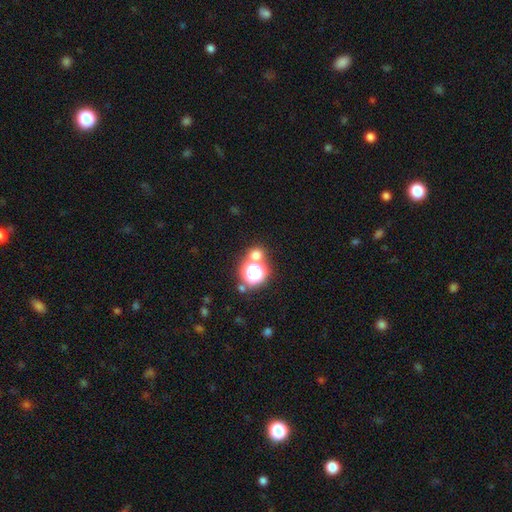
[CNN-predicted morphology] Smooth or featured? Predicted: smooth (p=0.64). How rounded? Predicted: round (p=0.85). Merging? Predicted: none (p=0.63).